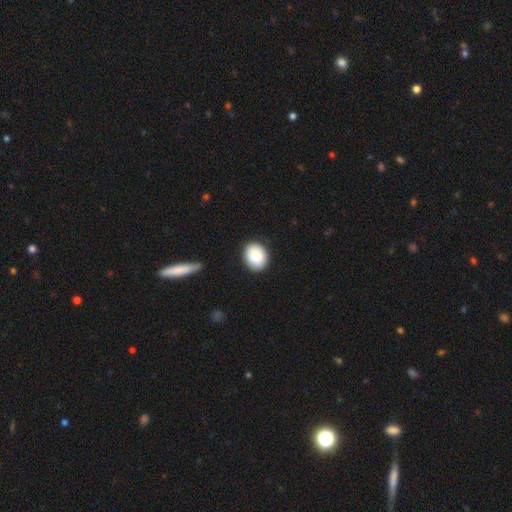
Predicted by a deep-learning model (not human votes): Morphology: type=smooth (89%); roundness=round (50%); merging=none (87%).